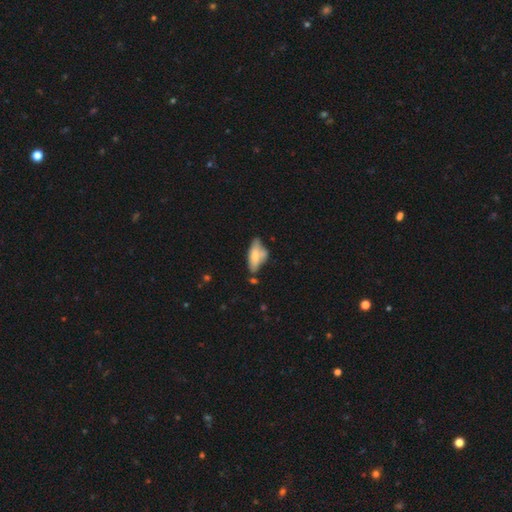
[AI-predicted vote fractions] Q: Smooth or featured?
A: smooth (66%); runner-up: featured or disk (27%)
Q: How rounded?
A: in between (77%); runner-up: cigar-shaped (21%)
Q: Merging?
A: none (43%); runner-up: minor disturbance (31%)